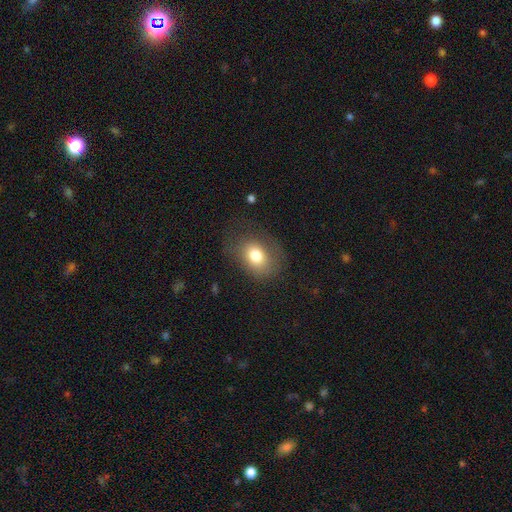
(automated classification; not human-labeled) Smooth or featured?
  - smooth: 76% *
  - featured or disk: 14%
  - star or artifact: 9%
How rounded?
  - in between: 65% *
  - round: 34%
  - cigar-shaped: 1%
Merging?
  - none: 63% *
  - minor disturbance: 21%
  - major disturbance: 14%
  - merger: 1%